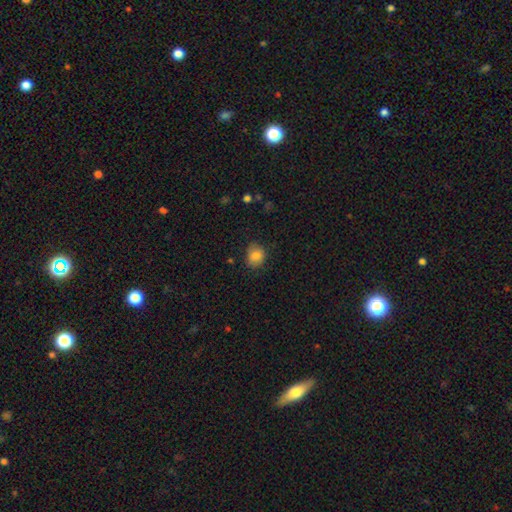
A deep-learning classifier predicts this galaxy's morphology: smooth-or-featured: smooth: 83% | star or artifact: 9% | featured or disk: 8%
  how-rounded: round: 62% | in between: 37% | cigar-shaped: 1%
  merging: none: 74% | minor disturbance: 20% | major disturbance: 4% | merger: 1%